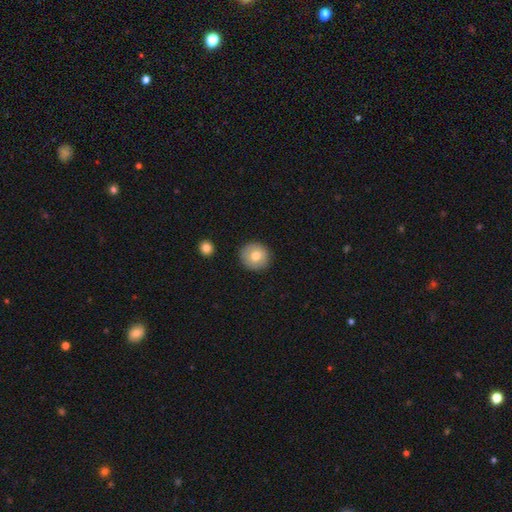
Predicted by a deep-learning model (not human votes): Smooth or featured? smooth (74%)
How rounded? round (91%)
Merging? none (88%)